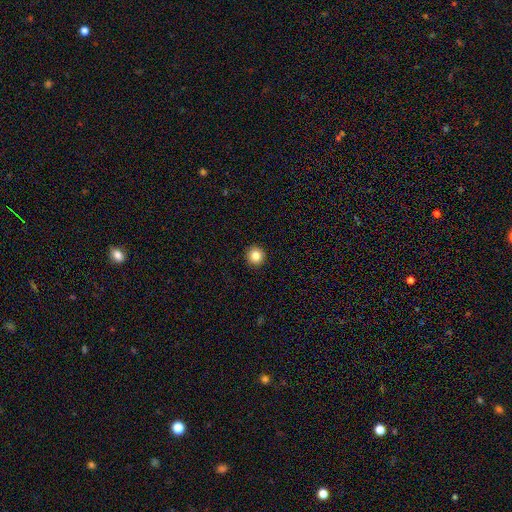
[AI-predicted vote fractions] This is clearly a smooth galaxy (84%). How rounded: clearly round (95%). Merging: clearly none (93%).